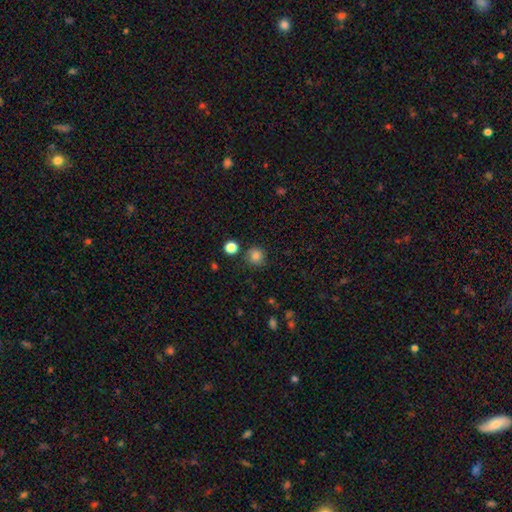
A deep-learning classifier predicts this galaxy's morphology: smooth_or_featured: smooth (p=0.82) [alt: star or artifact p=0.12]
how_rounded: round (p=0.91) [alt: in between p=0.08]
merging: none (p=0.80) [alt: minor disturbance p=0.11]